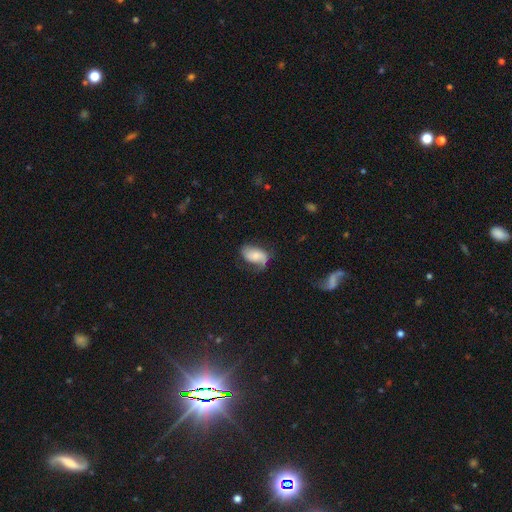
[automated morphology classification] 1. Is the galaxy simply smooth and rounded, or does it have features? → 47% smooth, 45% featured or disk, 8% star or artifact.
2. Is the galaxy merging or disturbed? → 49% none, 30% minor disturbance, 19% major disturbance, 2% merger.